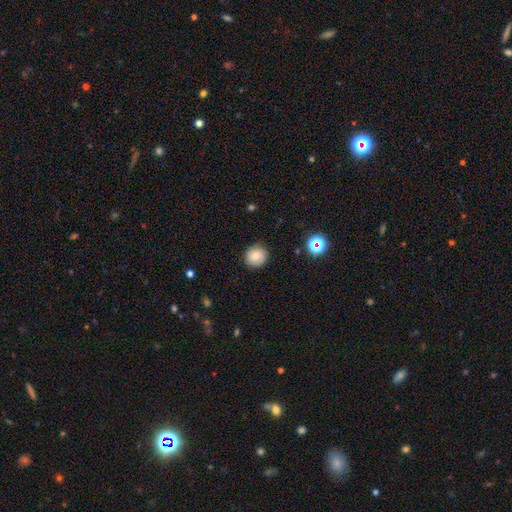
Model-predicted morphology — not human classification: Smooth or featured?
  - smooth: 71% *
  - featured or disk: 18%
  - star or artifact: 11%
How rounded?
  - round: 88% *
  - in between: 11%
  - cigar-shaped: 1%
Merging?
  - none: 85% *
  - minor disturbance: 11%
  - major disturbance: 3%
  - merger: 1%